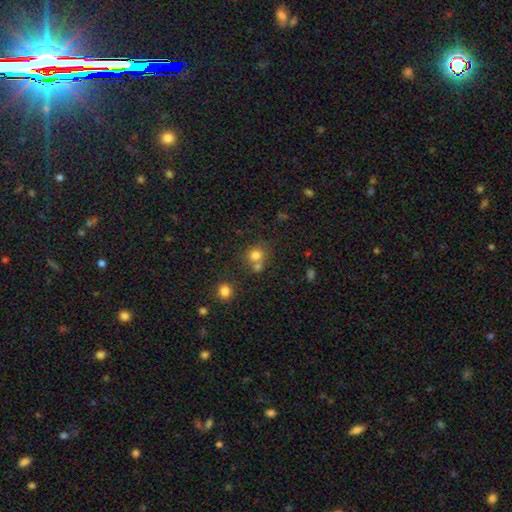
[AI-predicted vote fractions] Overall: smooth (78%). How rounded: round (79%). Merging: none (50%; merger 36%).